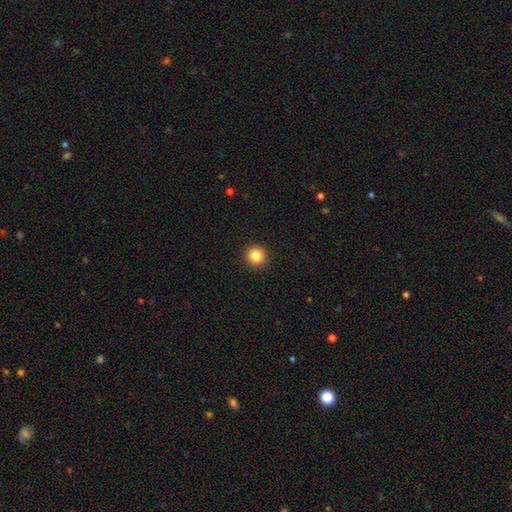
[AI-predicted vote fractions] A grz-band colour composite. It shows a smooth galaxy with no disk features (86%) that is round (95%). Merging: none (93%).